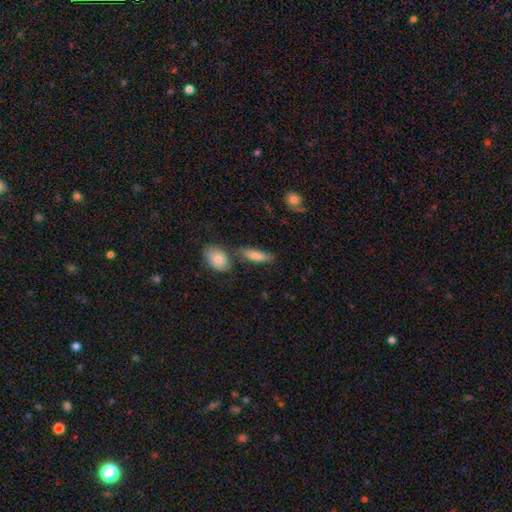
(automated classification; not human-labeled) This is likely a smooth galaxy (80%). How rounded: possibly in between (58%). Merging: likely none (62%).